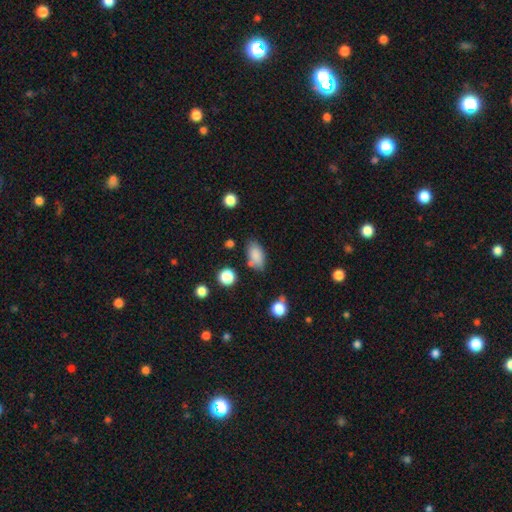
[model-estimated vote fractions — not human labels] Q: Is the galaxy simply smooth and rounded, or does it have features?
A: smooth — 84%.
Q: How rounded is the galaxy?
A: in between — 91%.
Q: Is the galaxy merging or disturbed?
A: none — 71%.